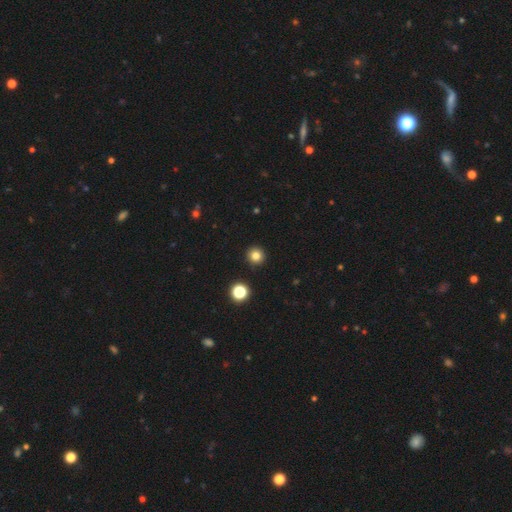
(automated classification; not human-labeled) Smooth or featured?
  - smooth: 81% *
  - star or artifact: 14%
  - featured or disk: 5%
How rounded?
  - round: 95% *
  - in between: 4%
  - cigar-shaped: 1%
Merging?
  - none: 93% *
  - minor disturbance: 4%
  - major disturbance: 2%
  - merger: 2%